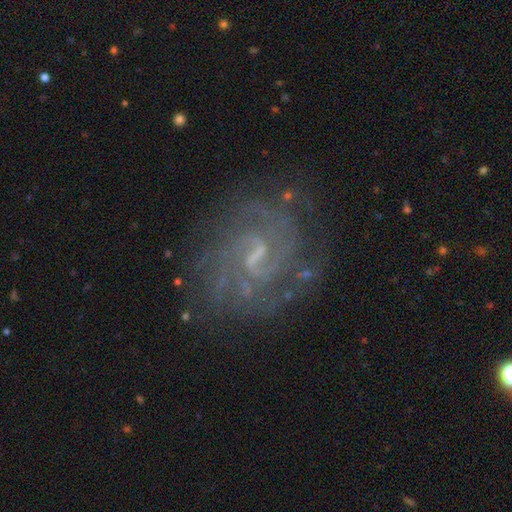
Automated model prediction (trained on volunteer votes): Smooth or featured?
  - featured or disk: 86% *
  - star or artifact: 8%
  - smooth: 6%
Edge-on disk?
  - no: 97% *
  - yes: 3%
Bar?
  - weak: 62% *
  - strong: 19%
  - no: 19%
Spiral arms?
  - yes: 96% *
  - no: 4%
Spiral winding?
  - tight: 54% *
  - medium: 38%
  - loose: 8%
Spiral arm count?
  - 2: 39% *
  - can't tell: 25%
  - 3: 15%
  - 4: 9%
  - more than 4: 6%
  - 1: 5%
Bulge size?
  - small: 56% *
  - moderate: 22%
  - none: 20%
  - large: 1%
  - dominant: 1%
Merging?
  - none: 78% *
  - minor disturbance: 13%
  - major disturbance: 7%
  - merger: 2%